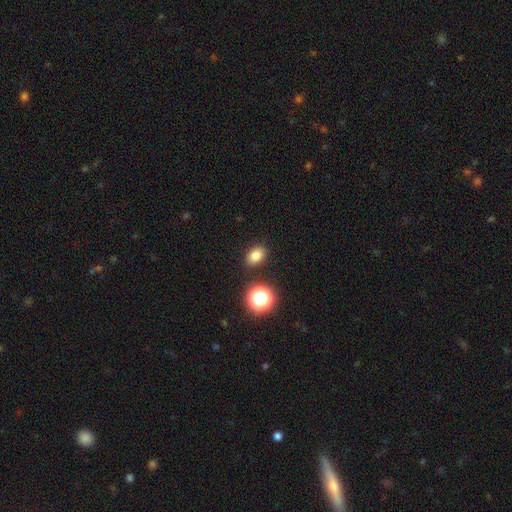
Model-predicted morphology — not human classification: Smooth or featured?
  - smooth: 80% *
  - star or artifact: 14%
  - featured or disk: 6%
How rounded?
  - in between: 73% *
  - round: 26%
  - cigar-shaped: 1%
Merging?
  - none: 86% *
  - minor disturbance: 8%
  - merger: 3%
  - major disturbance: 3%